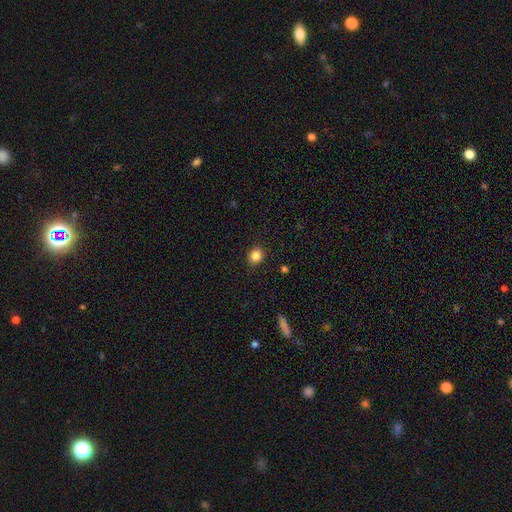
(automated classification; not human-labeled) Smooth or featured: smooth — 84% (star or artifact — 11%)
How rounded: round — 79% (in between — 20%)
Merging: none — 90% (minor disturbance — 7%)